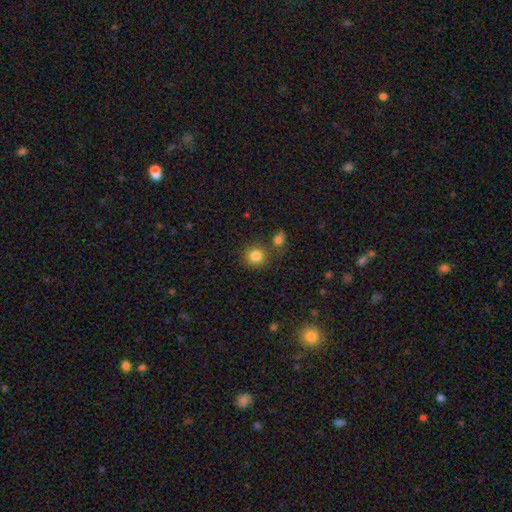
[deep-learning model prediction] Smooth or featured: smooth — 83% (star or artifact — 11%)
How rounded: round — 89% (in between — 10%)
Merging: none — 76% (merger — 12%)